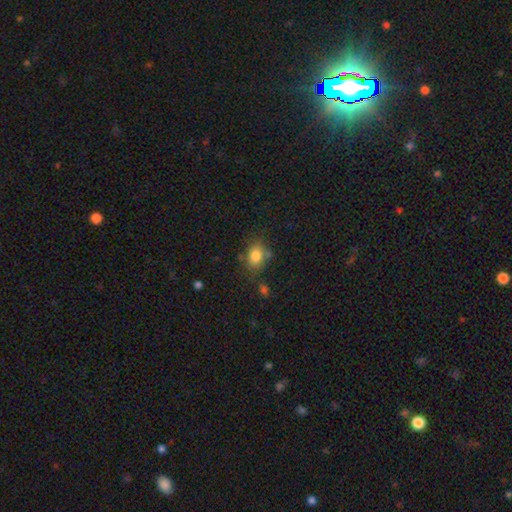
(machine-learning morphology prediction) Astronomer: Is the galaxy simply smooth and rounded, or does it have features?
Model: smooth — 81%.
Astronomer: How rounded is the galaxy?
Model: in between — 56% (runner-up: round, 43%).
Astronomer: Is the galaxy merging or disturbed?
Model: none — 67%.